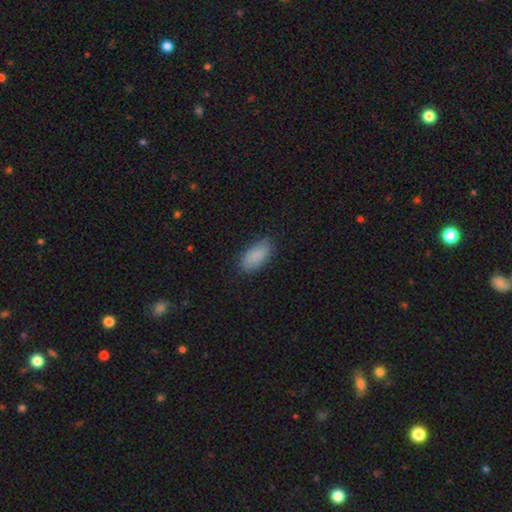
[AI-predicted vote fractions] Smooth or featured?
  - smooth: 89% *
  - star or artifact: 6%
  - featured or disk: 5%
How rounded?
  - in between: 91% *
  - cigar-shaped: 7%
  - round: 2%
Merging?
  - none: 84% *
  - minor disturbance: 13%
  - major disturbance: 3%
  - merger: 1%